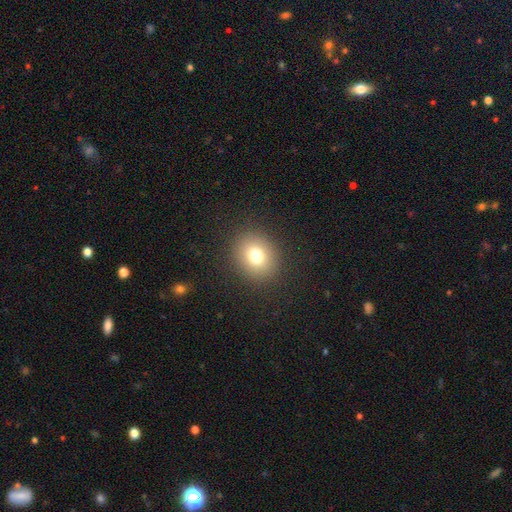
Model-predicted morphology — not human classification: Smooth or featured? smooth (76%)
How rounded? round (72%)
Merging? none (89%)